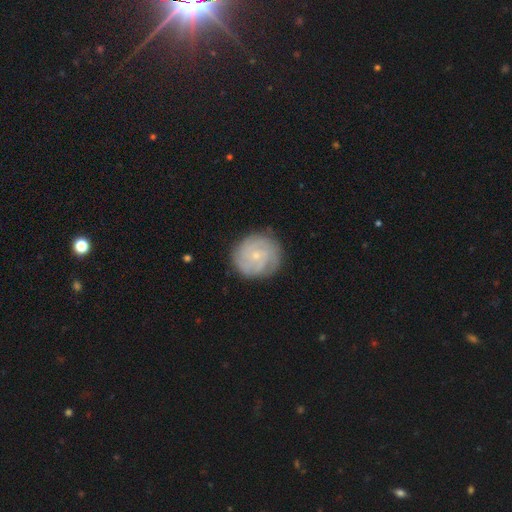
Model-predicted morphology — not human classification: The model was most divided on "spiral arm count": can't tell: 34%, 3: 23%, 2: 19%, 4: 12%, more than 4: 6%, 1: 6%. More confident: edge-on disk — no (98%); spiral arms — yes (92%); merging — none (84%); bulge size — small (80%); bar — no (73%); smooth or featured — featured or disk (71%); spiral winding — tight (71%).